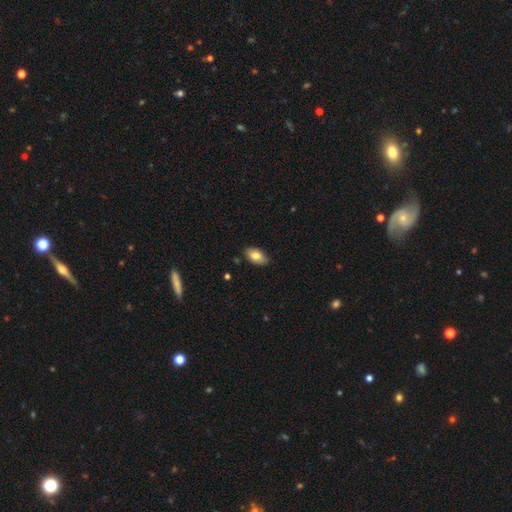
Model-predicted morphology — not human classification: smooth 77%, featured or disk 16%, star or artifact 7%. Down the decision tree: how rounded — in between (93%); merging — none (84%).